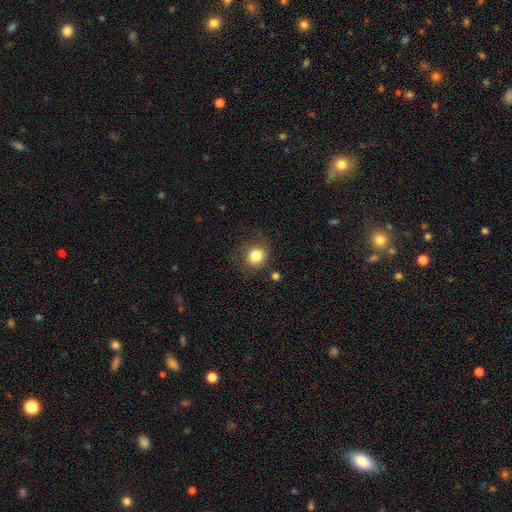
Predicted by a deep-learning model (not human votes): smooth_or_featured: smooth (p=0.82) [alt: star or artifact p=0.11]
how_rounded: round (p=0.85) [alt: in between p=0.14]
merging: none (p=0.76) [alt: minor disturbance p=0.15]